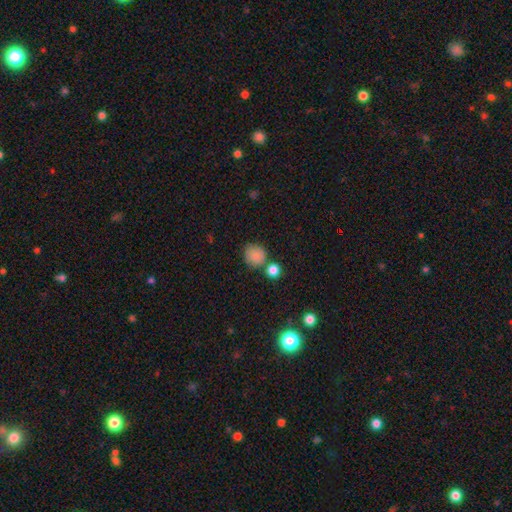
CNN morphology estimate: smooth 84%, star or artifact 10%, featured or disk 6%. Down the decision tree: how rounded — round (89%); merging — none (69%).